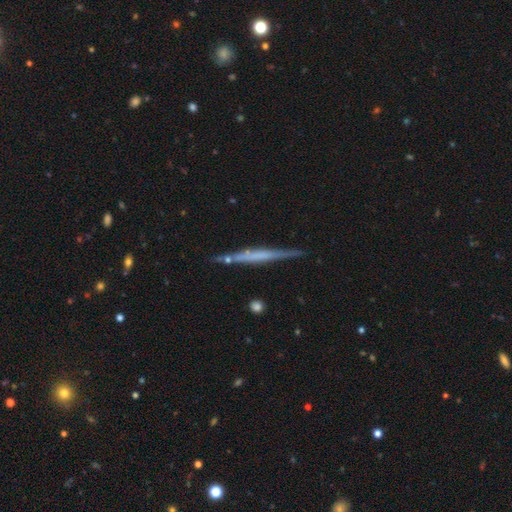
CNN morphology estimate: Q: Smooth or featured?
A: featured or disk (62%); runner-up: smooth (32%)
Q: Edge-on disk?
A: yes (97%); runner-up: no (3%)
Q: Edge-on bulge?
A: none (72%); runner-up: boxy (14%)
Q: Merging?
A: none (81%); runner-up: minor disturbance (12%)